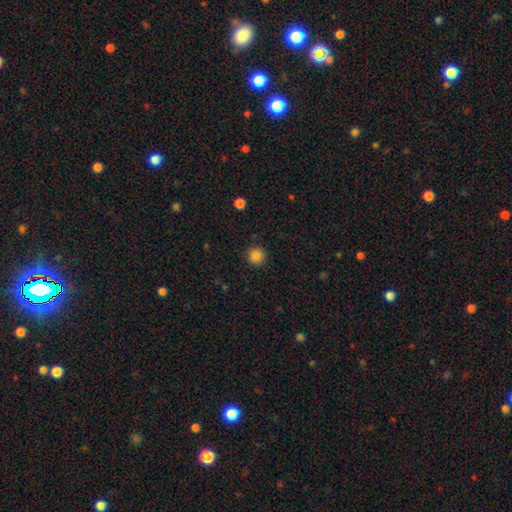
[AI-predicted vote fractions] A smooth galaxy with no disk features (86%) that is round (94%). Merging: none (90%).